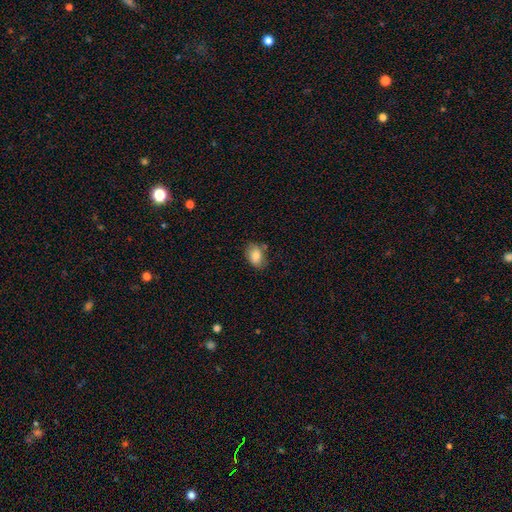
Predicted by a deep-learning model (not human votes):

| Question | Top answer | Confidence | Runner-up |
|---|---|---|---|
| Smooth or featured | smooth | 82% | featured or disk (10%) |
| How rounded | in between | 81% | round (17%) |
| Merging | none | 71% | minor disturbance (20%) |